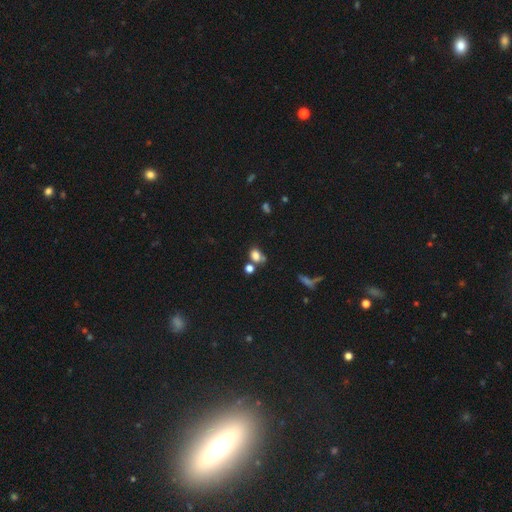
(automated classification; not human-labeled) Smooth or featured?
  - smooth: 78% *
  - star or artifact: 14%
  - featured or disk: 7%
How rounded?
  - in between: 60% *
  - round: 38%
  - cigar-shaped: 2%
Merging?
  - none: 53% *
  - merger: 26%
  - minor disturbance: 15%
  - major disturbance: 7%